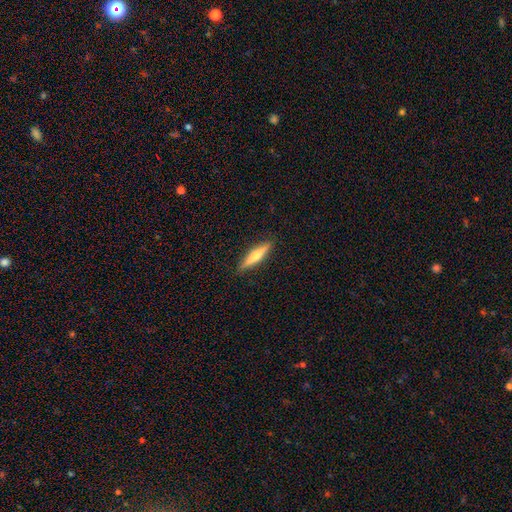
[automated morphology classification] This appears to be a featured or disk galaxy (48%). Merging: none (90%).